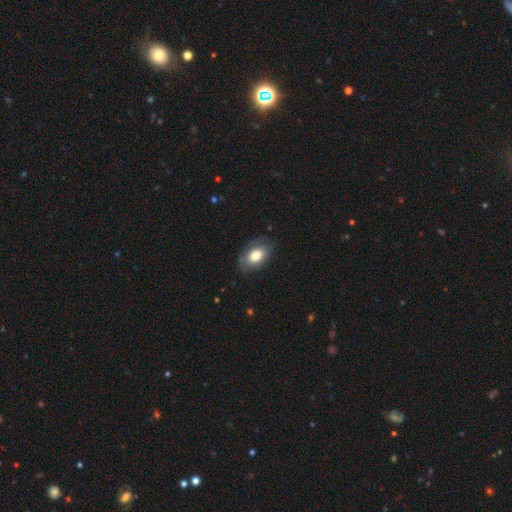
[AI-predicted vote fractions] smooth-or-featured: smooth: 78% | featured or disk: 15% | star or artifact: 7%
  how-rounded: in between: 88% | round: 11% | cigar-shaped: 1%
  merging: none: 80% | minor disturbance: 15% | major disturbance: 4% | merger: 1%